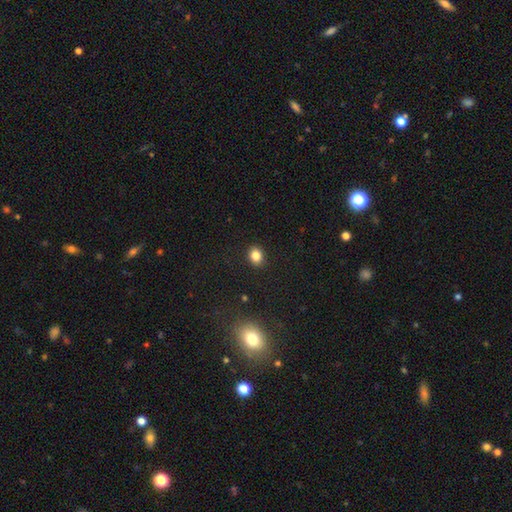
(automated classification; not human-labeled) smooth_or_featured: smooth (p=0.83) [alt: star or artifact p=0.11]
how_rounded: round (p=0.55) [alt: in between p=0.44]
merging: none (p=0.90) [alt: minor disturbance p=0.07]